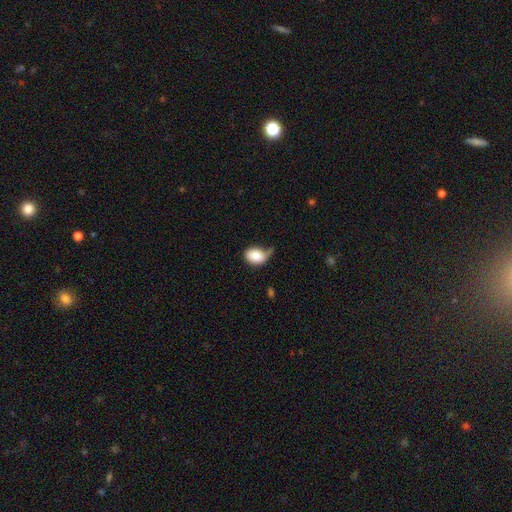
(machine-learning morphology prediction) A smooth galaxy with no disk features (82%) that is in between round and cigar-shaped (70%). Merging: minor disturbance (38%).